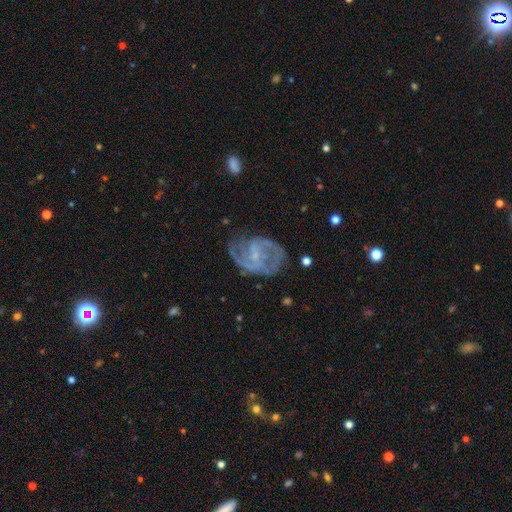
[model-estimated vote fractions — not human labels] Overall: featured or disk (83%). Edge-on disk: no (98%). Bar: weak (45%; no 43%). Spiral arms: yes (90%). Spiral arm count: 2 (59%). Spiral winding: medium (49%; tight 29%). Bulge size: small (75%). Merging: none (56%; minor disturbance 23%).